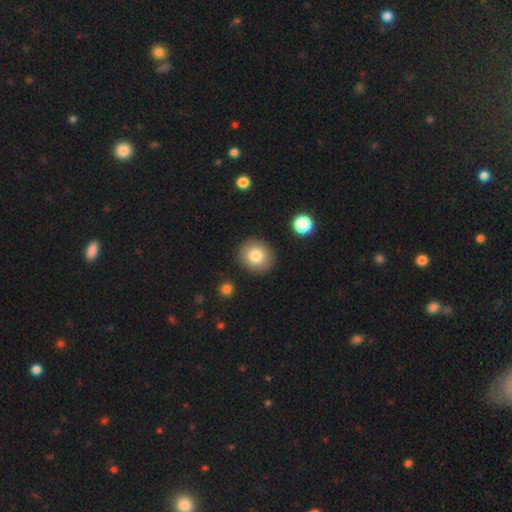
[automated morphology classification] type=smooth (81%); roundness=round (85%); merging=none (89%).